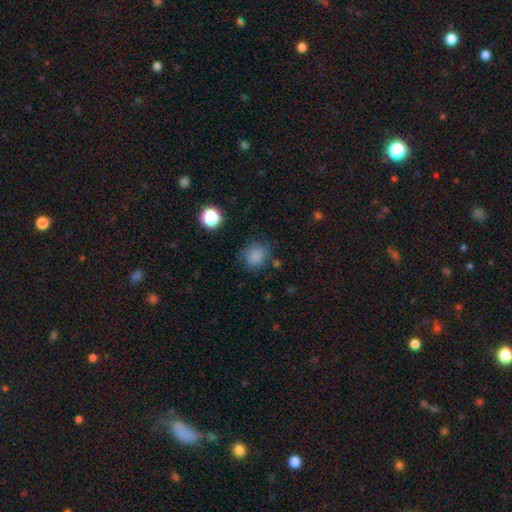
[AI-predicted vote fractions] Overall: smooth (82%). How rounded: round (73%). Merging: none (75%).